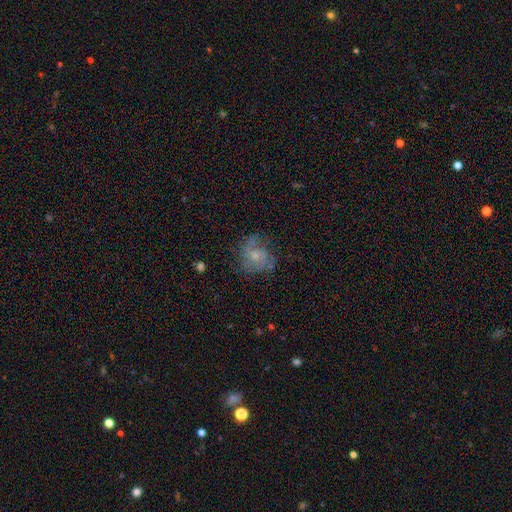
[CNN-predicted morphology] Smooth or featured? featured or disk (53%)
Edge-on disk? no (98%)
Bar? no (76%)
Spiral arms? yes (72%)
Bulge size? small (47%)
Merging? none (57%)